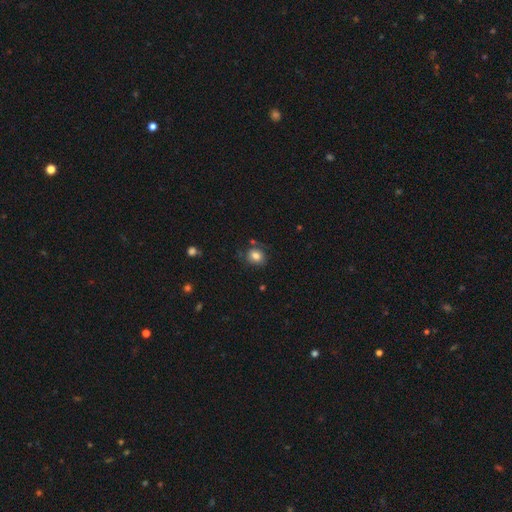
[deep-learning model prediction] smooth 79%, featured or disk 11%, star or artifact 10%. Down the decision tree: how rounded — round (63%); merging — none (74%).